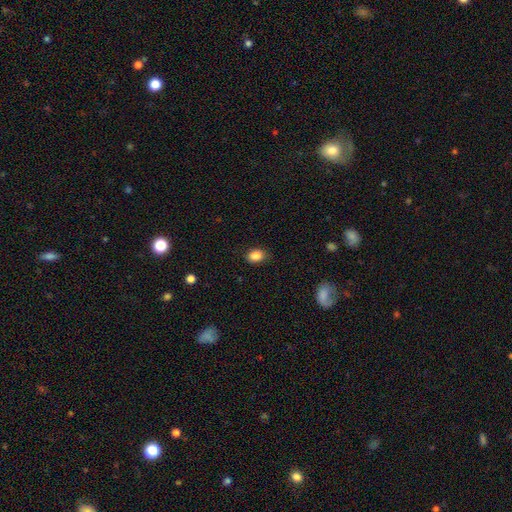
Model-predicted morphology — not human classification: smooth-or-featured: smooth: 86% | star or artifact: 9% | featured or disk: 5%
  how-rounded: in between: 72% | round: 27% | cigar-shaped: 1%
  merging: none: 83% | minor disturbance: 13% | major disturbance: 3% | merger: 1%